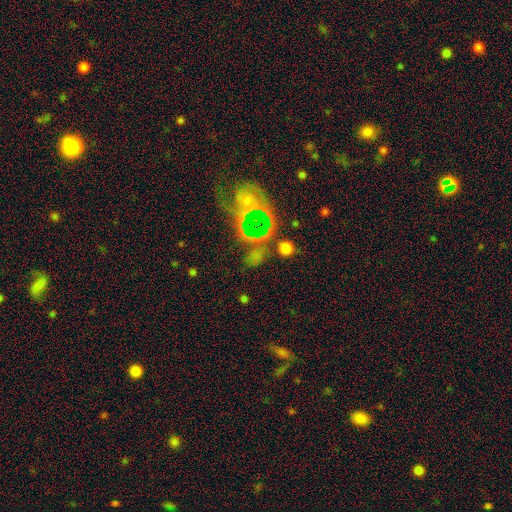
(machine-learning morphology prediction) The model was most divided on "smooth or featured": smooth: 50%, star or artifact: 30%, featured or disk: 20%. More confident: how rounded — round (69%); merging — none (65%).